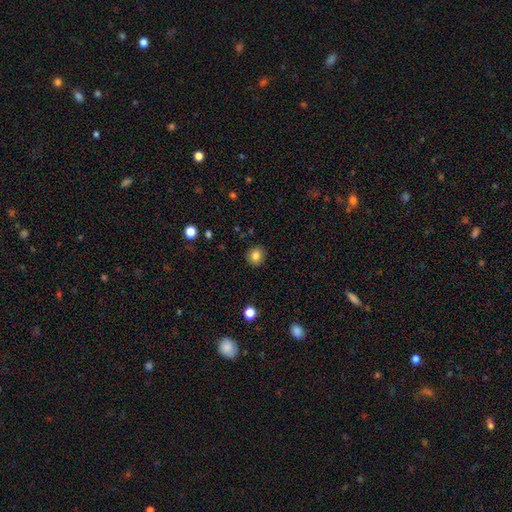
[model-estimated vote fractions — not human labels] Morphology: type=smooth (83%); roundness=round (84%); merging=none (89%).